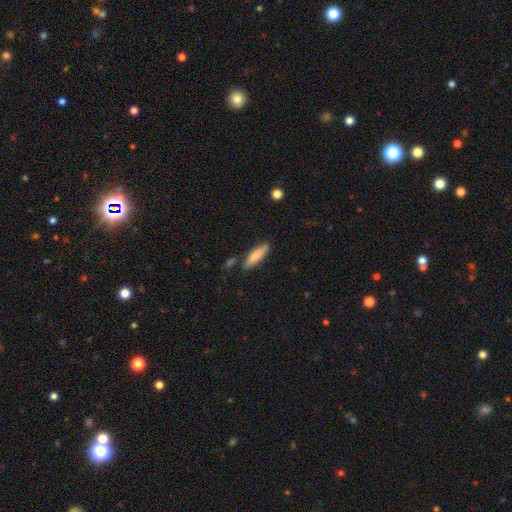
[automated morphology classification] Smooth or featured: smooth — 80% (featured or disk — 14%)
How rounded: cigar-shaped — 71% (in between — 28%)
Merging: none — 80% (minor disturbance — 13%)